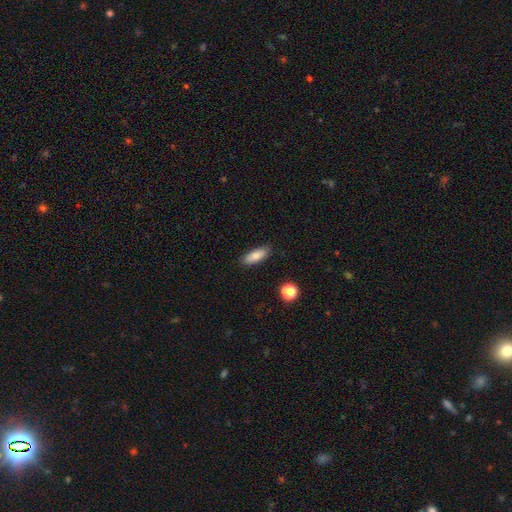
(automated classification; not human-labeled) The model was most divided on "how rounded": in between: 72%, cigar-shaped: 25%, round: 3%. More confident: merging — none (87%); smooth or featured — smooth (81%).